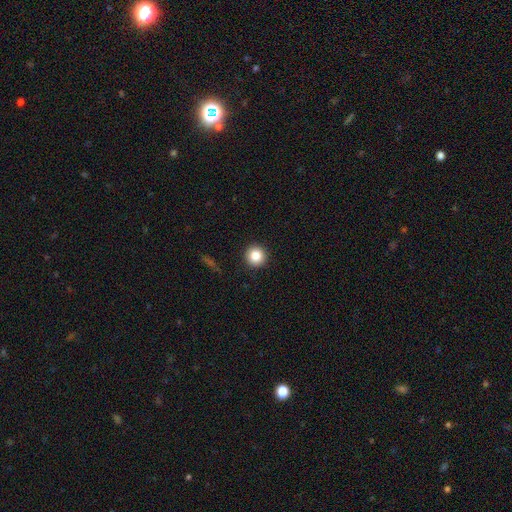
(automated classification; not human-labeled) Q: Smooth or featured?
A: smooth (85%); runner-up: star or artifact (10%)
Q: How rounded?
A: round (96%); runner-up: in between (3%)
Q: Merging?
A: none (93%); runner-up: minor disturbance (5%)